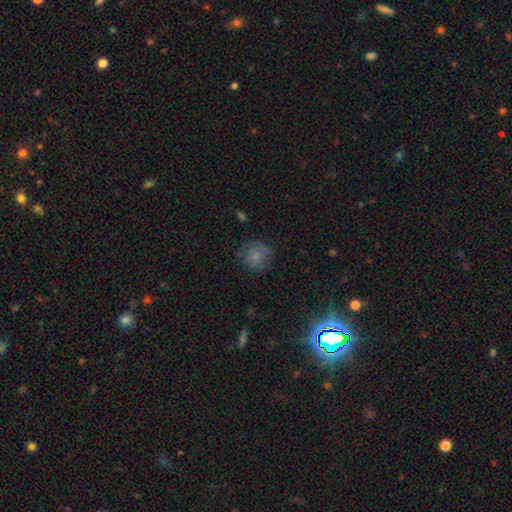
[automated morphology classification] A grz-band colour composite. It shows a smooth galaxy with no disk features (73%) that is round (83%). Merging: none (66%).